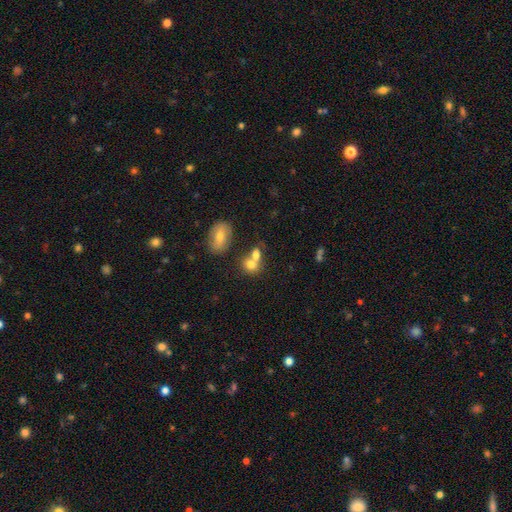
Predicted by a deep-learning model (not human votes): smooth 74%, featured or disk 15%, star or artifact 11%. Down the decision tree: how rounded — in between (50%); merging — merger (56%).